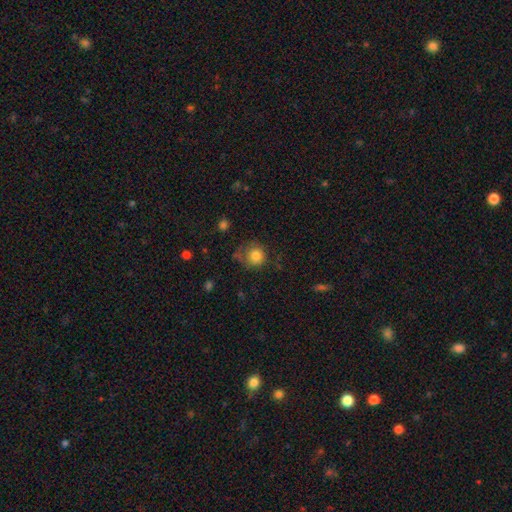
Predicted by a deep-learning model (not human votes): A smooth galaxy with no disk features (81%) that is round (88%).

Vote fractions:
- Smooth or featured? smooth: 81% / star or artifact: 10% / featured or disk: 9%
- How rounded? round: 88% / in between: 11% / cigar-shaped: 1%
- Merging? none: 58% / minor disturbance: 24% / major disturbance: 14% / merger: 4%